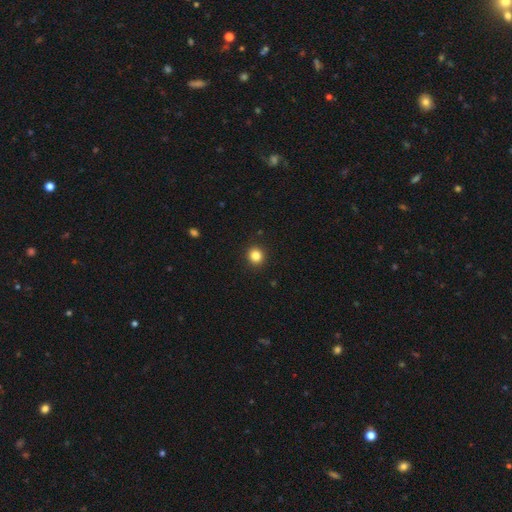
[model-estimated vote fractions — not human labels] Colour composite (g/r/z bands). It shows a smooth galaxy with no disk features (84%) that is round (93%). Merging: none (93%).